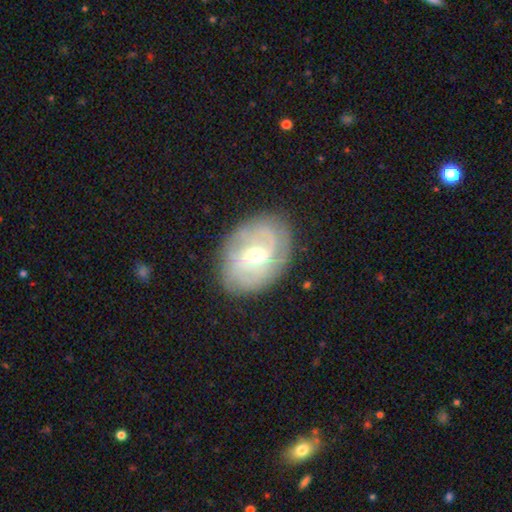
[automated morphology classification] A featured or disk galaxy (78%) with a weak bar (56%), tight (56%) spiral arms (89%) and a moderate central bulge (68%). Merging: none (80%).